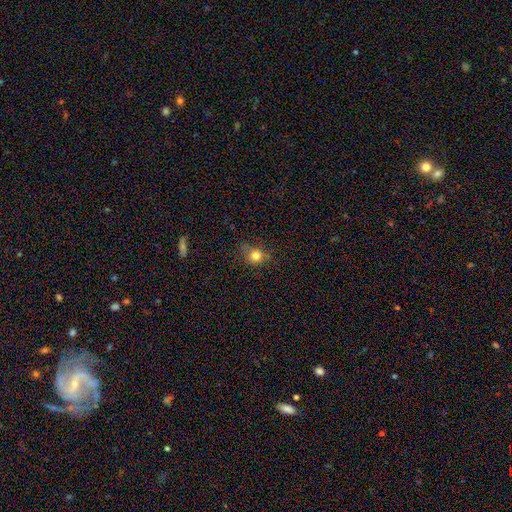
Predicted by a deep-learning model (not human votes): Overall: smooth (79%). How rounded: round (84%). Merging: none (74%).